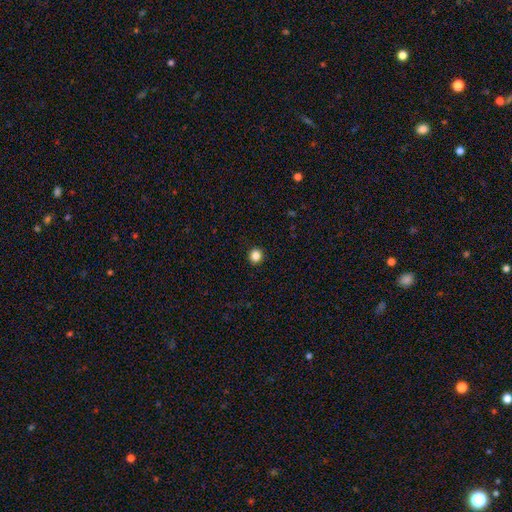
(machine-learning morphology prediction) A smooth galaxy with no disk features (86%) that is round (90%). Merging: none (93%).